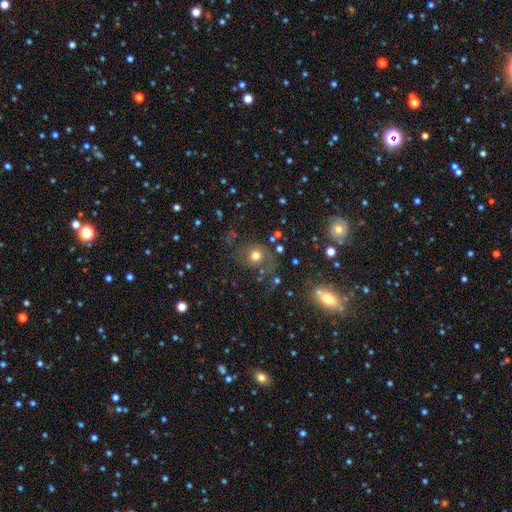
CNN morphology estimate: Smooth or featured?
  - smooth: 63% *
  - featured or disk: 20%
  - star or artifact: 17%
How rounded?
  - round: 79% *
  - in between: 20%
  - cigar-shaped: 1%
Merging?
  - none: 62% *
  - minor disturbance: 18%
  - major disturbance: 14%
  - merger: 6%